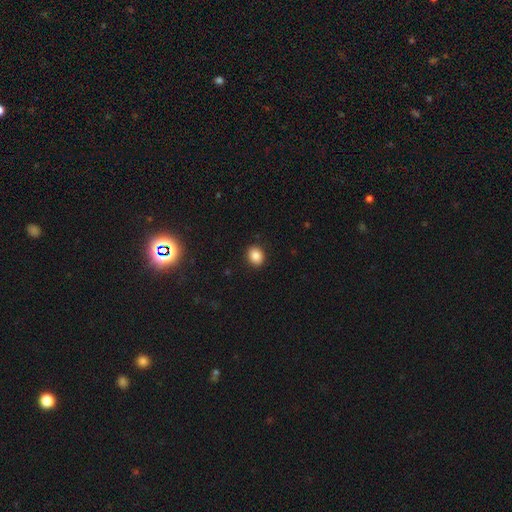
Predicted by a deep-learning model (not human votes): Q: Smooth or featured?
A: smooth (86%); runner-up: star or artifact (9%)
Q: How rounded?
A: round (59%); runner-up: in between (40%)
Q: Merging?
A: none (91%); runner-up: minor disturbance (6%)